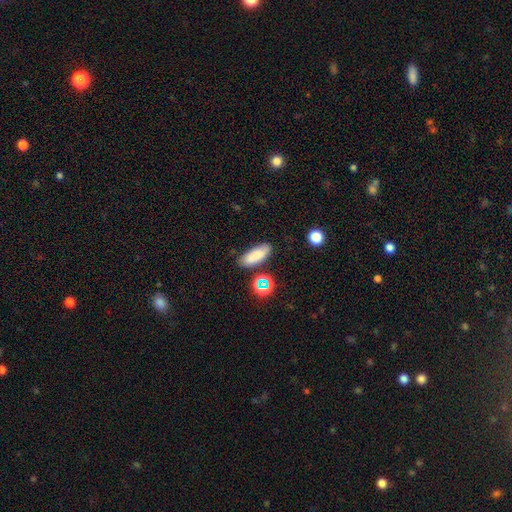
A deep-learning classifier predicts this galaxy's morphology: This appears to be a smooth galaxy with no disk features (79%) that is in between round and cigar-shaped (73%). Merging: none (77%).